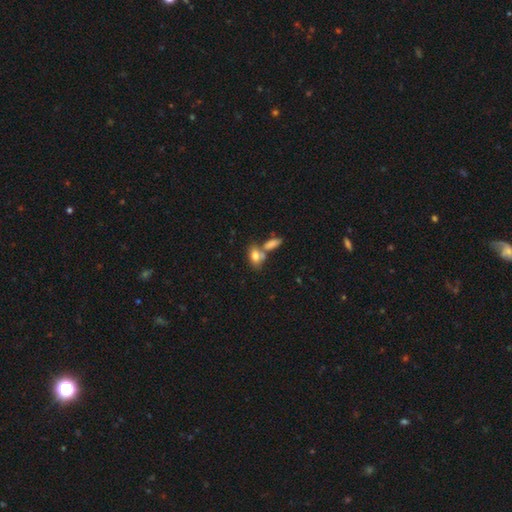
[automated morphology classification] Smooth or featured? Predicted: smooth (p=0.78). How rounded? Predicted: in between (p=0.82). Merging? Predicted: none (p=0.42).